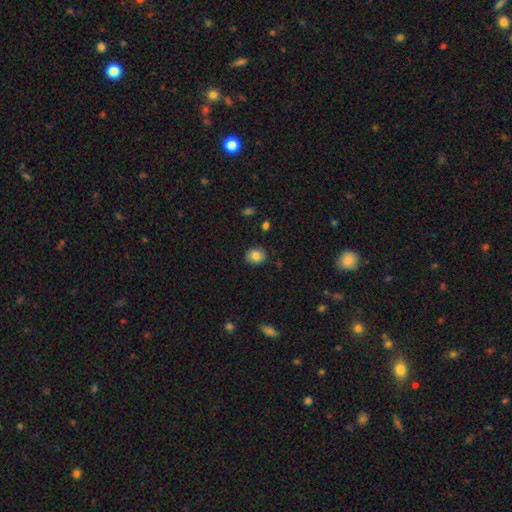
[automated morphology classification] Smooth or featured? Predicted: smooth (p=0.82). How rounded? Predicted: round (p=0.60). Merging? Predicted: none (p=0.84).